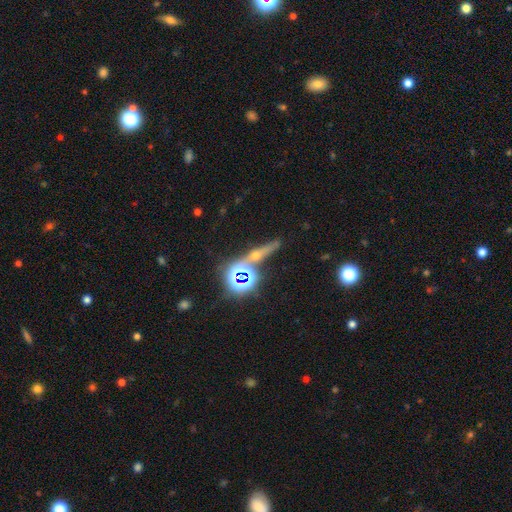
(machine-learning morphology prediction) Smooth or featured? star or artifact (40%)